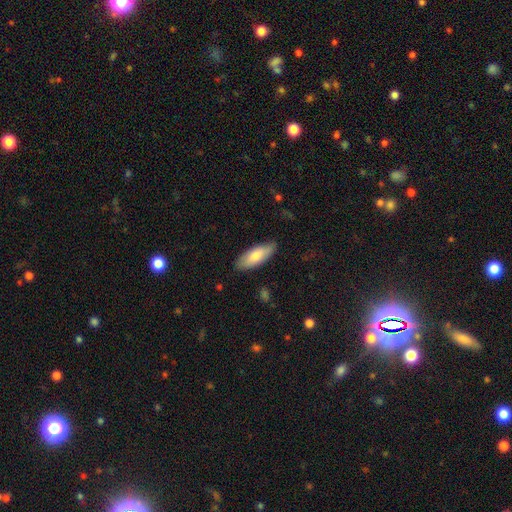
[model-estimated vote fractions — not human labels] smooth_or_featured: smooth (p=0.74) [alt: featured or disk p=0.20]
how_rounded: in between (p=0.73) [alt: cigar-shaped p=0.26]
merging: none (p=0.83) [alt: minor disturbance p=0.13]